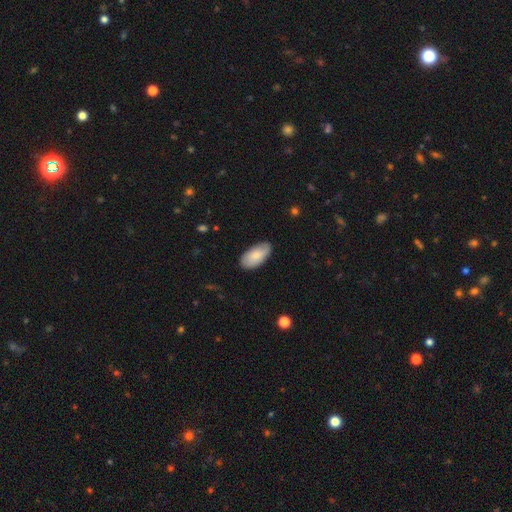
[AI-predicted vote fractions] Smooth or featured: smooth — 81% (featured or disk — 13%)
How rounded: in between — 94% (cigar-shaped — 4%)
Merging: none — 82% (minor disturbance — 14%)